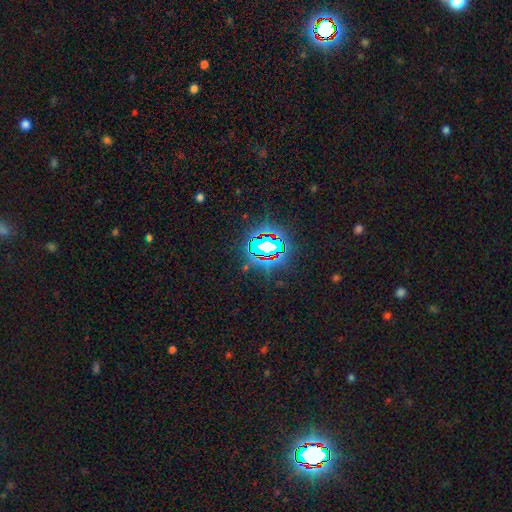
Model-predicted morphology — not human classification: Smooth or featured?
  - star or artifact: 83% *
  - smooth: 10%
  - featured or disk: 7%